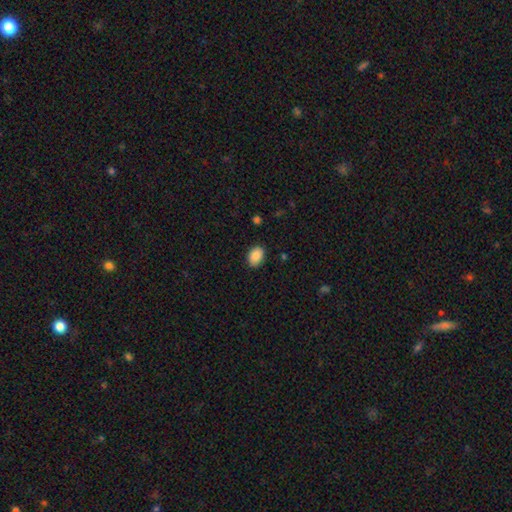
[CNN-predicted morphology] Smooth or featured? Predicted: smooth (p=0.89). How rounded? Predicted: in between (p=0.82). Merging? Predicted: none (p=0.87).